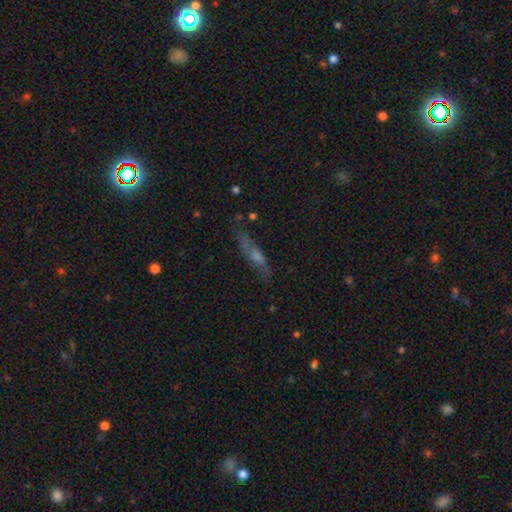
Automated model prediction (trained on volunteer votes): featured or disk 48%, smooth 37%, star or artifact 16%. Down the decision tree: merging — none (67%).